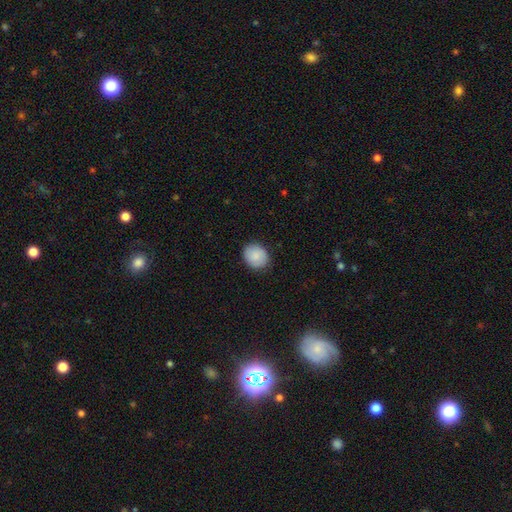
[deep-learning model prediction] The model was most divided on "how rounded": round: 65%, in between: 34%, cigar-shaped: 1%. More confident: merging — none (86%); smooth or featured — smooth (86%).